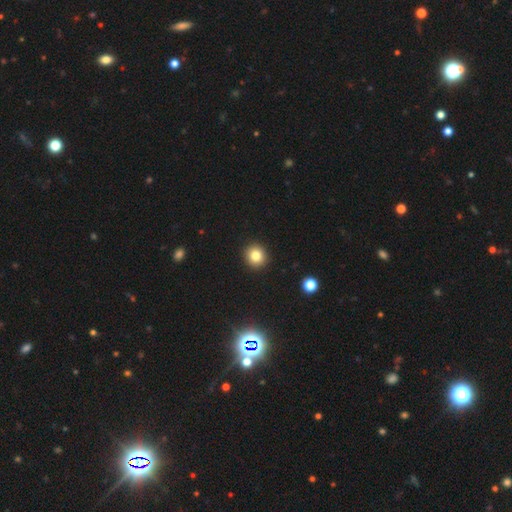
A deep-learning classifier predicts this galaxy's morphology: A smooth galaxy with no disk features (81%) that is round (89%). Merging: none (92%).